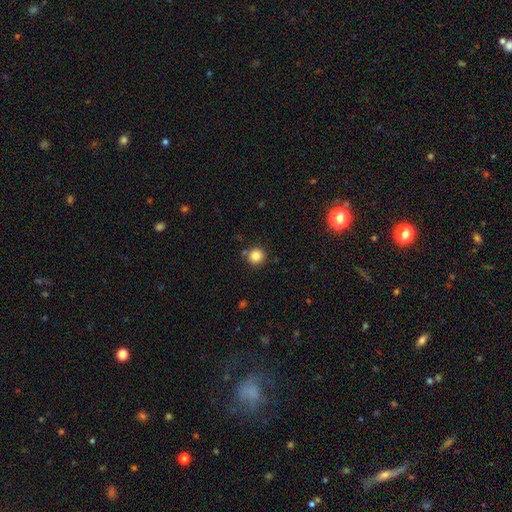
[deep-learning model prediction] Smooth or featured? Predicted: smooth (p=0.84). How rounded? Predicted: round (p=0.93). Merging? Predicted: none (p=0.83).